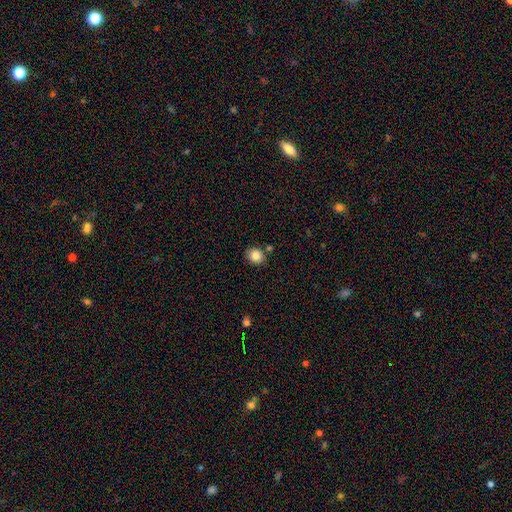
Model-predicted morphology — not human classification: This appears to be a smooth galaxy with no disk features (85%) that is round (67%). Merging: none (80%).